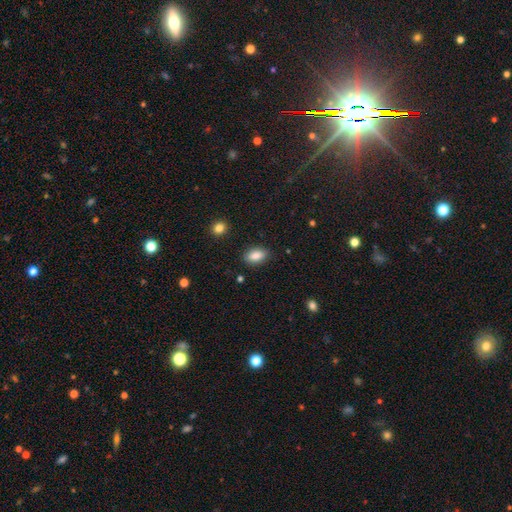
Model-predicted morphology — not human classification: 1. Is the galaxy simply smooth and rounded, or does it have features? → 88% smooth, 8% star or artifact, 5% featured or disk.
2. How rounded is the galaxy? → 90% in between, 7% round, 3% cigar-shaped.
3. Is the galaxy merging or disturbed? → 87% none, 9% minor disturbance, 2% major disturbance, 1% merger.